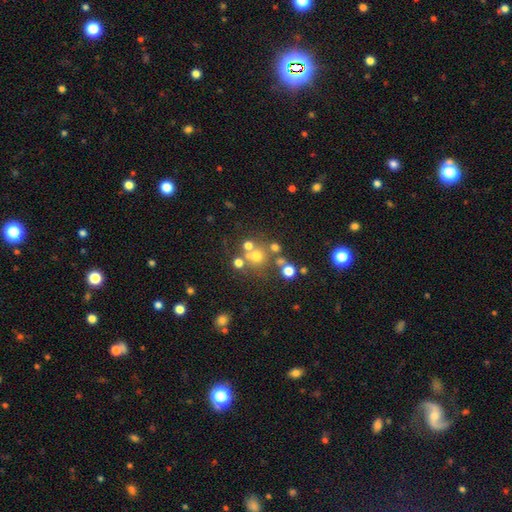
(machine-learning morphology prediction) Smooth or featured? Predicted: smooth (p=0.57). How rounded? Predicted: round (p=0.89). Merging? Predicted: none (p=0.62).